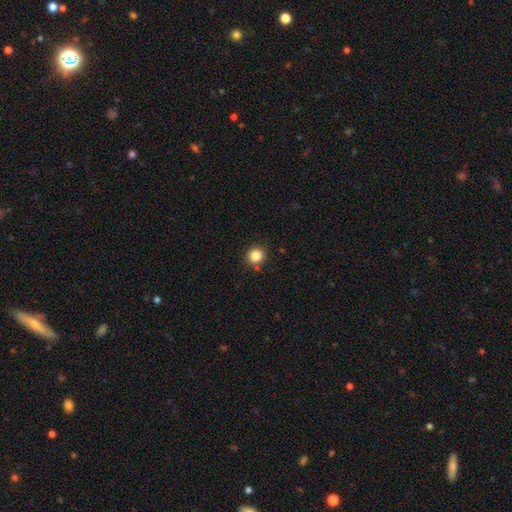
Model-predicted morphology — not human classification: Smooth or featured? smooth (84%)
How rounded? round (90%)
Merging? none (86%)